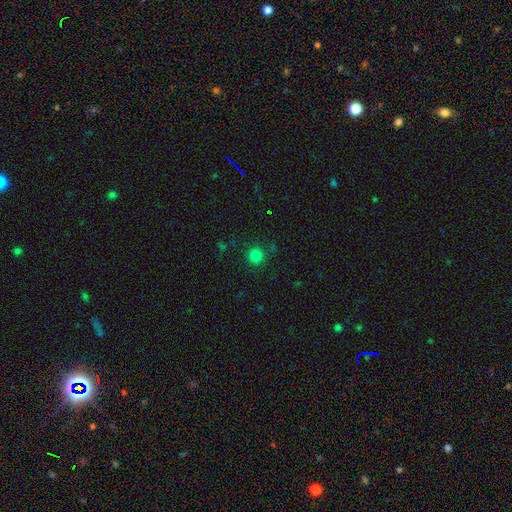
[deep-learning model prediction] Smooth or featured?
  - smooth: 81% *
  - star or artifact: 15%
  - featured or disk: 4%
How rounded?
  - round: 95% *
  - in between: 4%
  - cigar-shaped: 1%
Merging?
  - none: 88% *
  - minor disturbance: 7%
  - major disturbance: 3%
  - merger: 2%